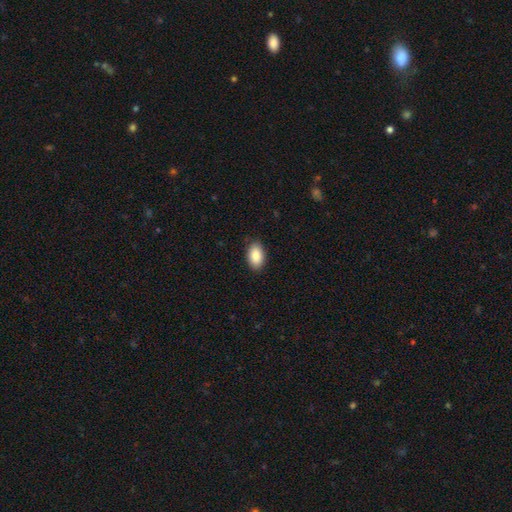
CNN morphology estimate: smooth 89%, star or artifact 7%, featured or disk 4%. Down the decision tree: how rounded — in between (93%); merging — none (87%).